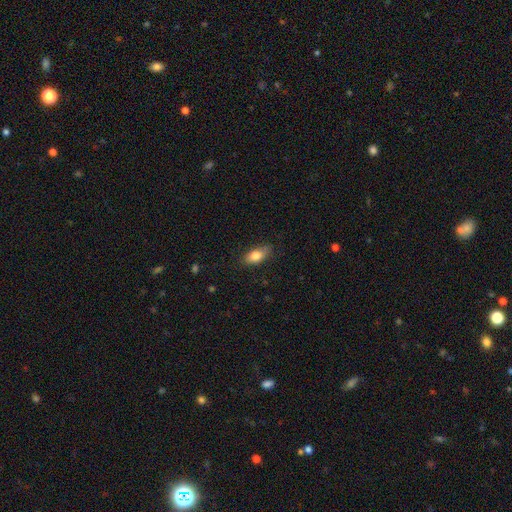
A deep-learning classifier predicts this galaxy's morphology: Smooth or featured?
  - smooth: 79% *
  - featured or disk: 14%
  - star or artifact: 7%
How rounded?
  - in between: 85% *
  - cigar-shaped: 11%
  - round: 4%
Merging?
  - none: 80% *
  - minor disturbance: 16%
  - major disturbance: 3%
  - merger: 1%